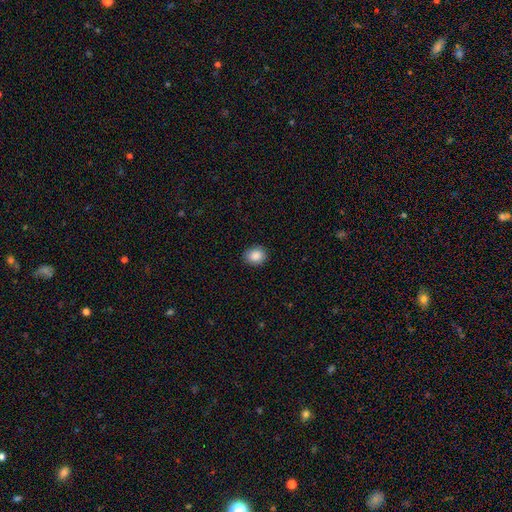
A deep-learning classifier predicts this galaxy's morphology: Smooth or featured? Predicted: smooth (p=0.88). How rounded? Predicted: round (p=0.59). Merging? Predicted: none (p=0.89).